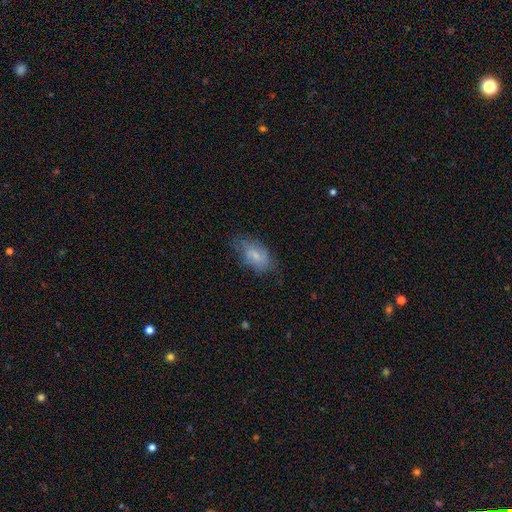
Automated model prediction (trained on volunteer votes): Smooth or featured? smooth (63%)
How rounded? in between (90%)
Merging? none (59%)